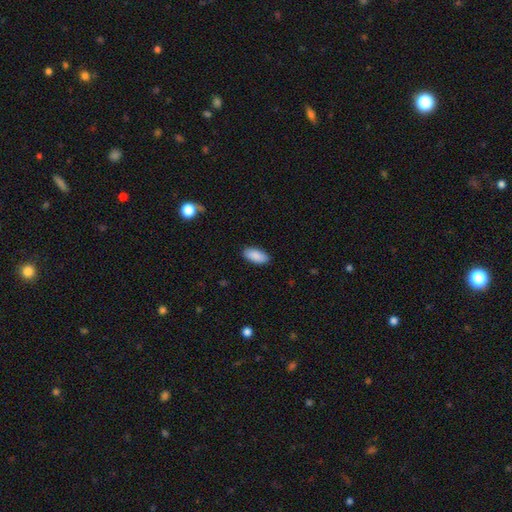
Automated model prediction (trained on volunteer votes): smooth_or_featured: smooth (p=0.89) [alt: star or artifact p=0.06]
how_rounded: in between (p=0.90) [alt: cigar-shaped p=0.08]
merging: none (p=0.88) [alt: minor disturbance p=0.09]